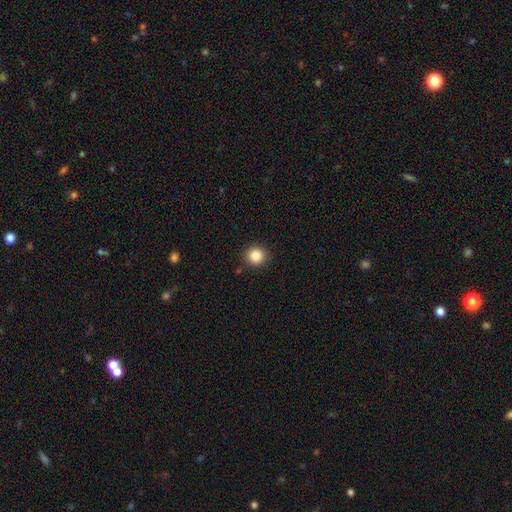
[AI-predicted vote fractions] This is clearly a smooth galaxy (86%). How rounded: clearly round (90%). Merging: clearly none (90%).